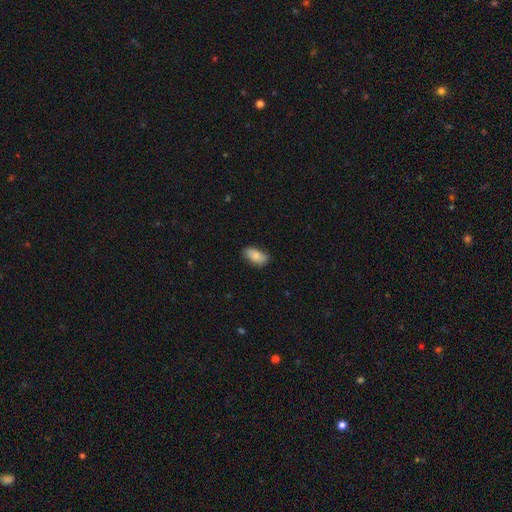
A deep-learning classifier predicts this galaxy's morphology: Smooth or featured: smooth — 81% (featured or disk — 12%)
How rounded: in between — 92% (cigar-shaped — 4%)
Merging: none — 80% (minor disturbance — 16%)